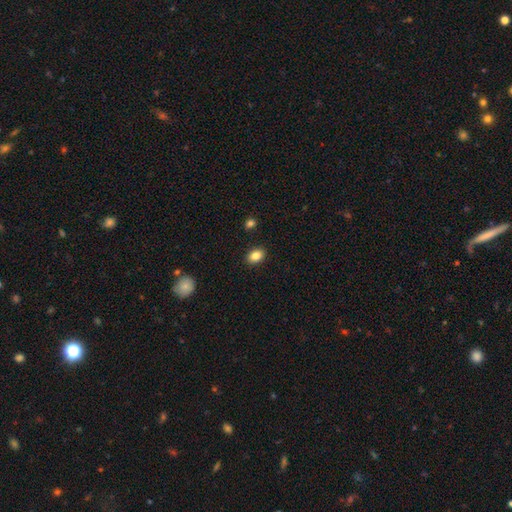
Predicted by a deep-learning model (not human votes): Smooth or featured? Predicted: smooth (p=0.85). How rounded? Predicted: in between (p=0.78). Merging? Predicted: none (p=0.89).